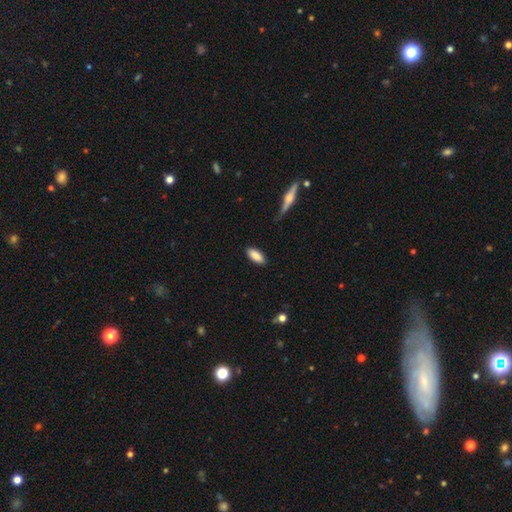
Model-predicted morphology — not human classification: This is clearly a smooth galaxy (88%). How rounded: clearly in between (83%). Merging: clearly none (86%).